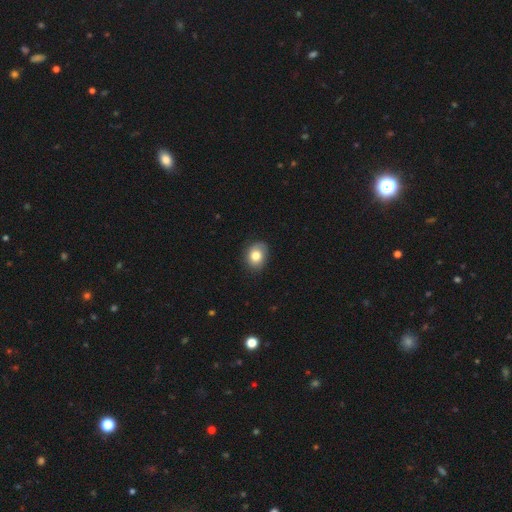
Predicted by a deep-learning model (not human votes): A smooth galaxy with no disk features (77%) that is in between round and cigar-shaped (51%). Merging: none (78%).